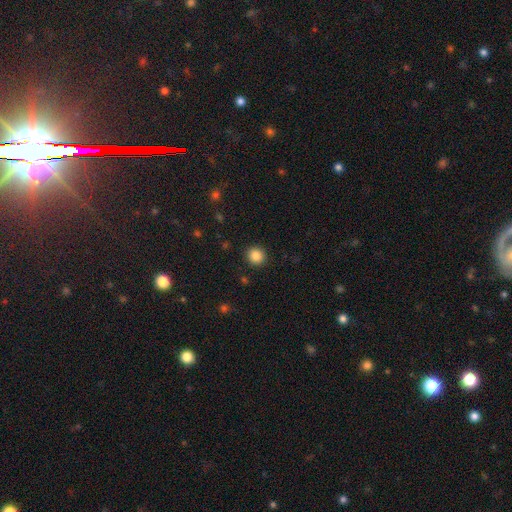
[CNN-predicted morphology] Overall: smooth (86%). How rounded: round (92%). Merging: none (92%).